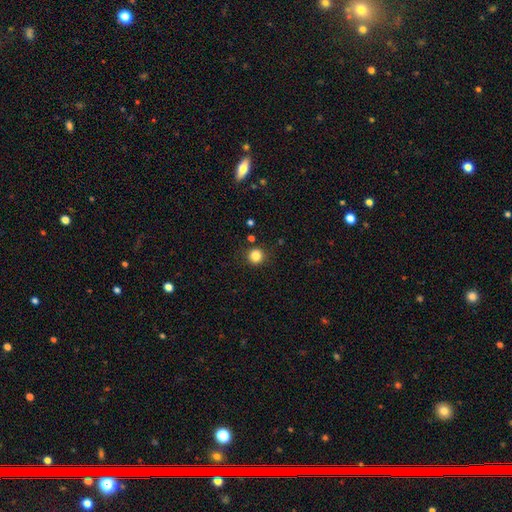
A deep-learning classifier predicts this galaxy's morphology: smooth-or-featured: smooth: 84% | star or artifact: 12% | featured or disk: 4%
  how-rounded: round: 92% | in between: 7% | cigar-shaped: 1%
  merging: none: 89% | minor disturbance: 7% | major disturbance: 2% | merger: 2%